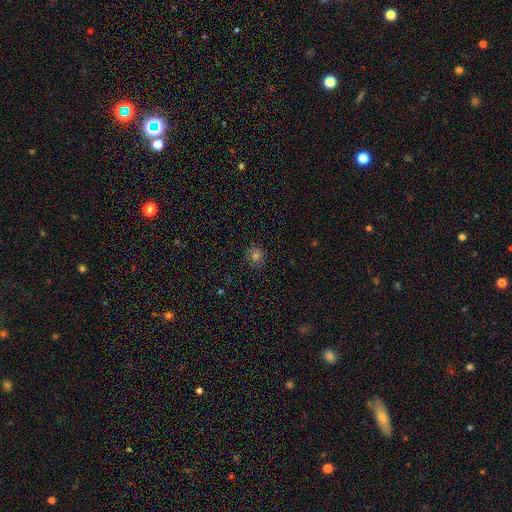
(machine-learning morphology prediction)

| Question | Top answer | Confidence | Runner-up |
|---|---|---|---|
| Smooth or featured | smooth | 72% | star or artifact (19%) |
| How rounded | round | 85% | in between (14%) |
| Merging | none | 87% | minor disturbance (10%) |